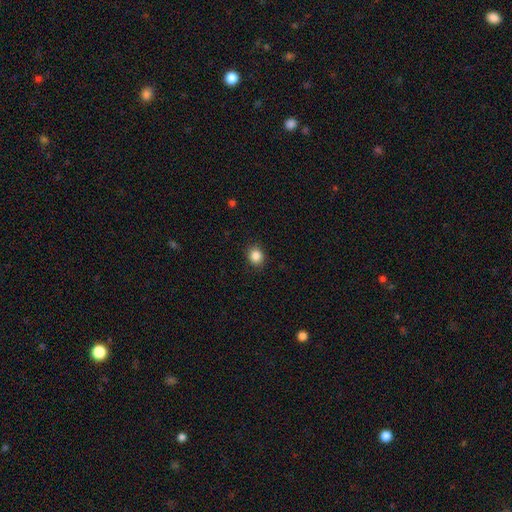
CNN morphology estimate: Smooth or featured? smooth (86%)
How rounded? round (76%)
Merging? none (89%)